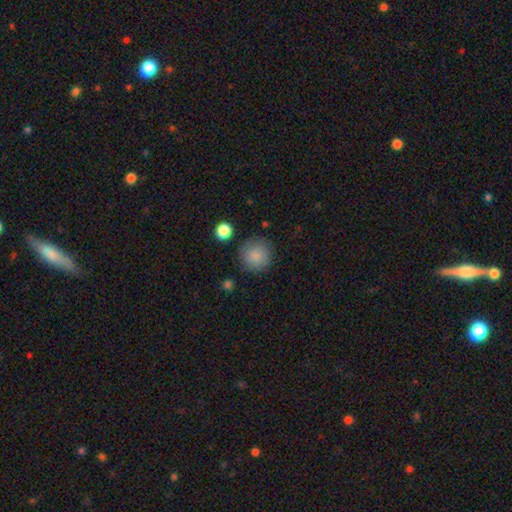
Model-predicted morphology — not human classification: Smooth or featured? smooth (86%)
How rounded? round (94%)
Merging? none (84%)